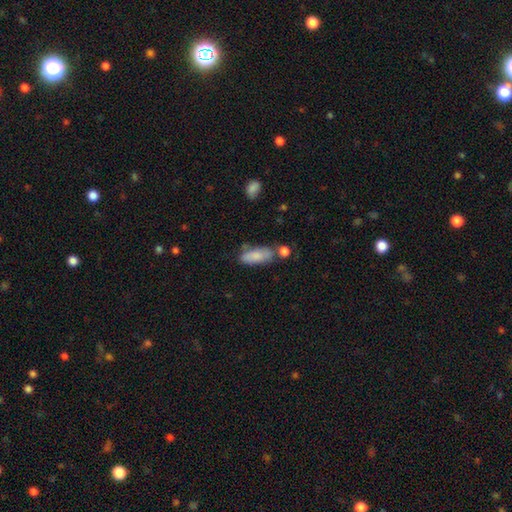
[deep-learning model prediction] Smooth or featured: smooth — 81% (featured or disk — 13%)
How rounded: in between — 78% (cigar-shaped — 20%)
Merging: none — 59% (minor disturbance — 20%)